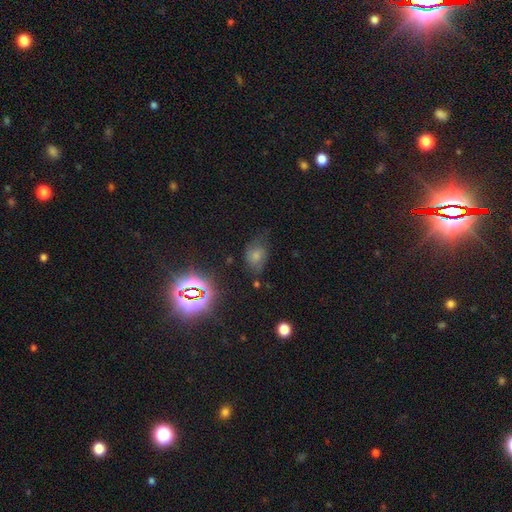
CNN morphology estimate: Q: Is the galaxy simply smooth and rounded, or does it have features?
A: smooth — 57%.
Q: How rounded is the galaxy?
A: in between — 65%.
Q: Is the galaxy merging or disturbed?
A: none — 51%.